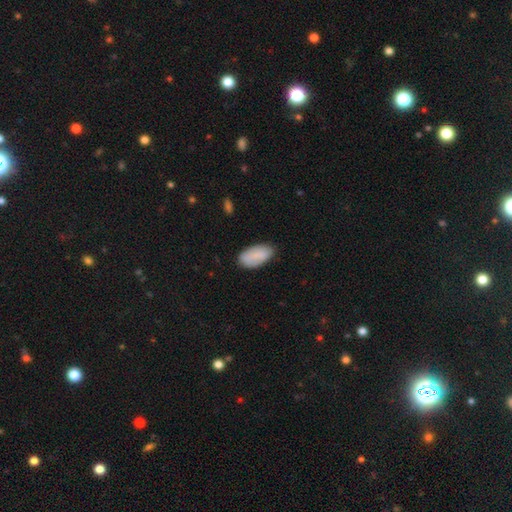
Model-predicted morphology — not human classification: type=smooth (84%); roundness=in between (94%); merging=none (78%).